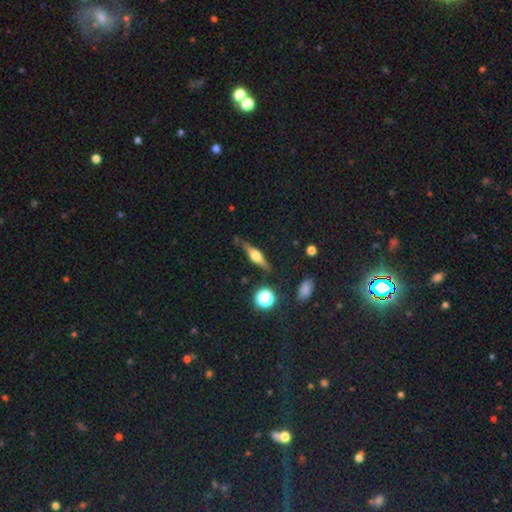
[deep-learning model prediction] smooth-or-featured: featured or disk: 68% | smooth: 23% | star or artifact: 9%
  disk-edge-on: yes: 96% | no: 4%
    edge-on-bulge: rounded: 90% | boxy: 8% | none: 2%
  merging: none: 80% | minor disturbance: 13% | major disturbance: 4% | merger: 3%